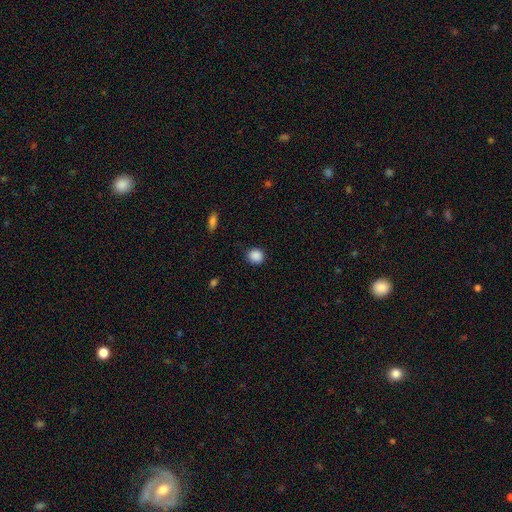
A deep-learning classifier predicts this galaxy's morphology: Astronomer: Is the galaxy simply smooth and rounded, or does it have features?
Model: smooth — 88%.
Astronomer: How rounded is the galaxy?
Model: round — 86%.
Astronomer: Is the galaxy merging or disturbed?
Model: none — 88%.